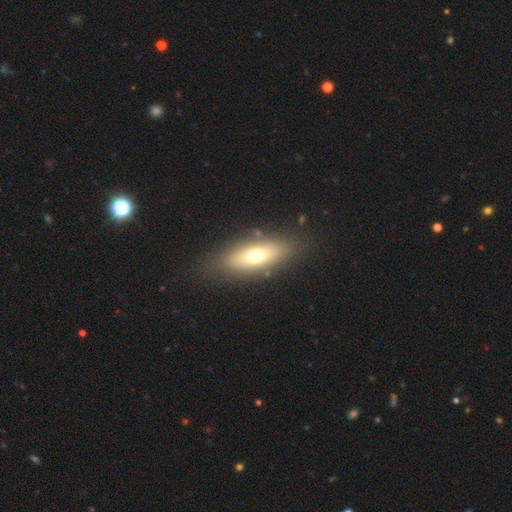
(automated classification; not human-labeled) A smooth galaxy with no disk features (63%) that is in between round and cigar-shaped (63%).

Vote fractions:
- Smooth or featured? smooth: 63% / featured or disk: 29% / star or artifact: 8%
- How rounded? in between: 63% / cigar-shaped: 33% / round: 4%
- Merging? none: 81% / minor disturbance: 12% / major disturbance: 5% / merger: 2%